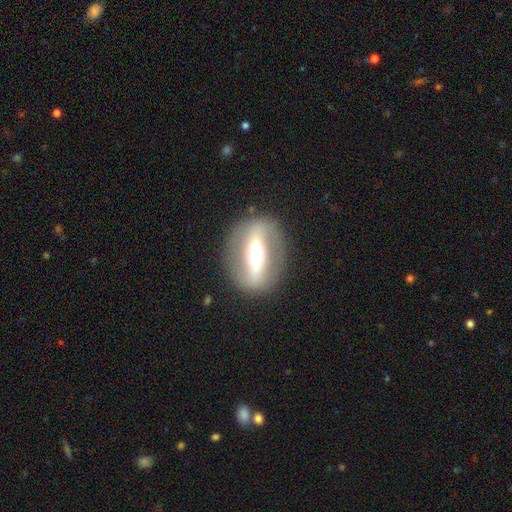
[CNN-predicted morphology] Smooth or featured?
  - featured or disk: 74% *
  - smooth: 19%
  - star or artifact: 7%
Edge-on disk?
  - no: 68% *
  - yes: 32%
Bar?
  - strong: 80% *
  - weak: 13%
  - no: 7%
Spiral arms?
  - no: 65% *
  - yes: 35%
Bulge size?
  - moderate: 61% *
  - small: 22%
  - large: 13%
  - dominant: 3%
  - none: 1%
Merging?
  - none: 86% *
  - minor disturbance: 9%
  - major disturbance: 4%
  - merger: 1%